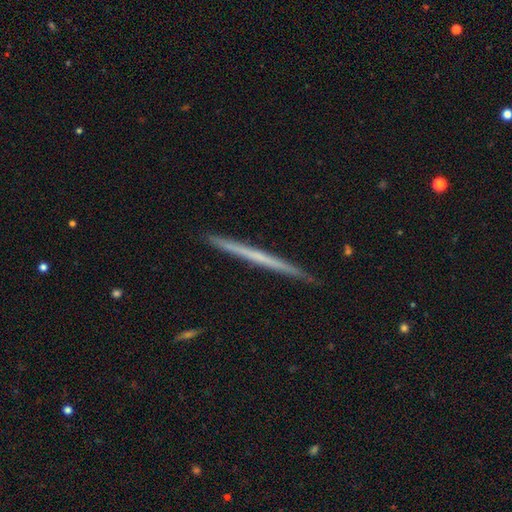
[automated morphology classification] Q: Smooth or featured?
A: featured or disk (53%); runner-up: smooth (41%)
Q: Edge-on disk?
A: yes (98%); runner-up: no (2%)
Q: Edge-on bulge?
A: none (92%); runner-up: rounded (6%)
Q: Merging?
A: none (91%); runner-up: minor disturbance (7%)